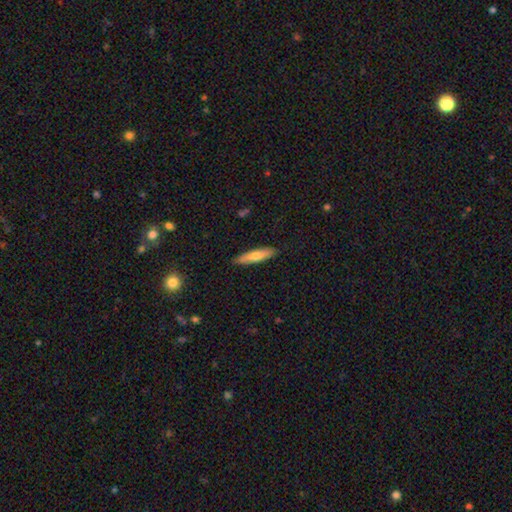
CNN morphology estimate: type=smooth (65%); roundness=cigar-shaped (82%); merging=none (88%).